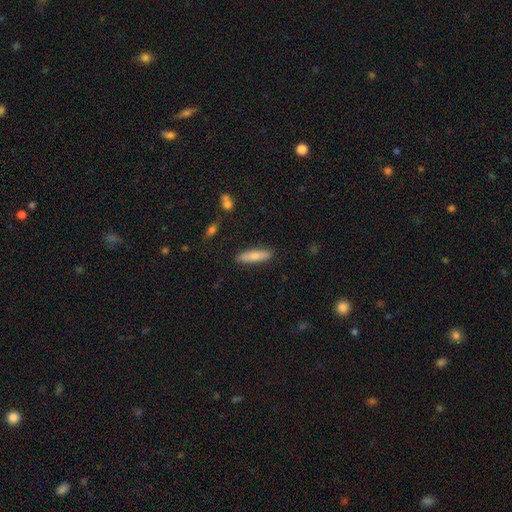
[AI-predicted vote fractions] Smooth or featured? smooth (73%)
How rounded? cigar-shaped (72%)
Merging? none (89%)